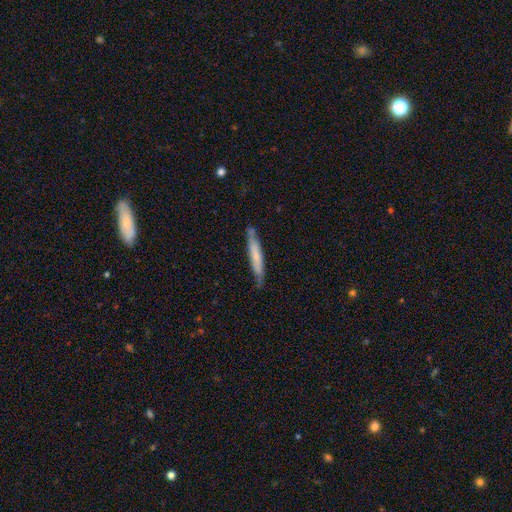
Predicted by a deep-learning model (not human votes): This appears to be a smooth galaxy with no disk features (60%) that is cigar-shaped (93%). Merging: none (74%).